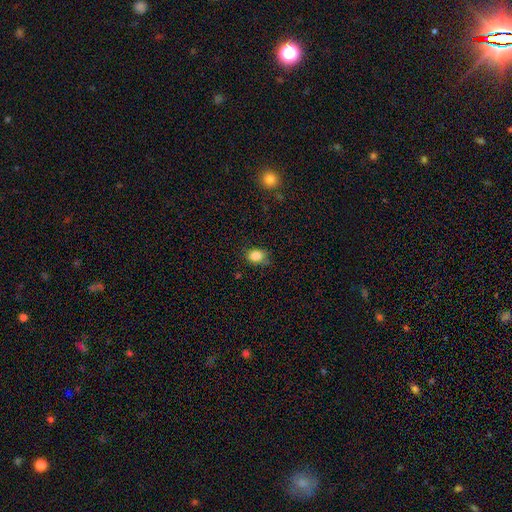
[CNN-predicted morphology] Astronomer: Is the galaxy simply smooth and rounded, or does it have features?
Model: smooth — 84%.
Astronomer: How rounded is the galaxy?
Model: in between — 52% (runner-up: round, 47%).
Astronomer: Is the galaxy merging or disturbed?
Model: none — 69%.